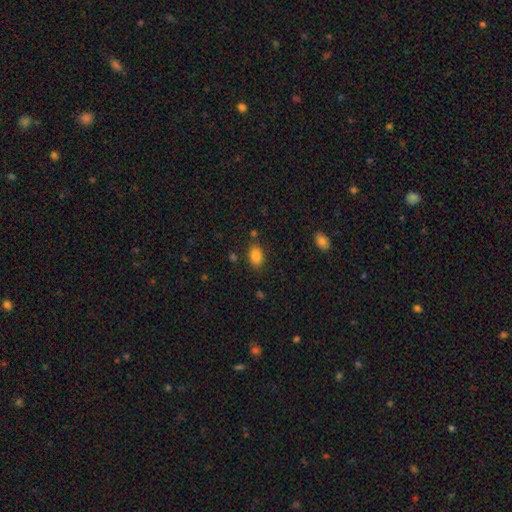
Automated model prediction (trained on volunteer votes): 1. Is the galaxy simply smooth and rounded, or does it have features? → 86% smooth, 9% star or artifact, 5% featured or disk.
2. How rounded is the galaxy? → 87% in between, 12% round, 2% cigar-shaped.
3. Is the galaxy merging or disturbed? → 80% none, 12% minor disturbance, 4% merger, 4% major disturbance.